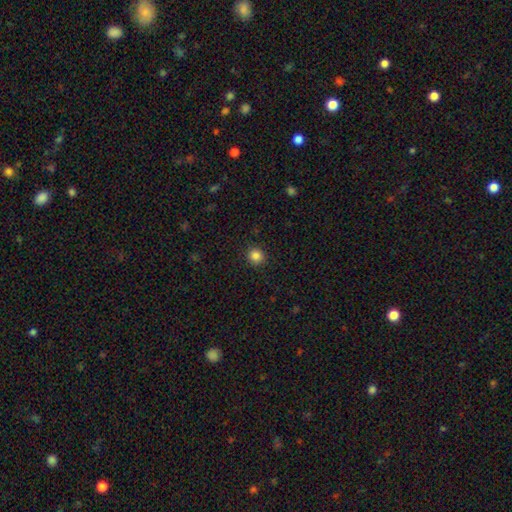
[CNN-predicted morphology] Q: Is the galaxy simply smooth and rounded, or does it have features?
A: smooth — 85%.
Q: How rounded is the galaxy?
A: round — 91%.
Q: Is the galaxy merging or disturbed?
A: none — 91%.